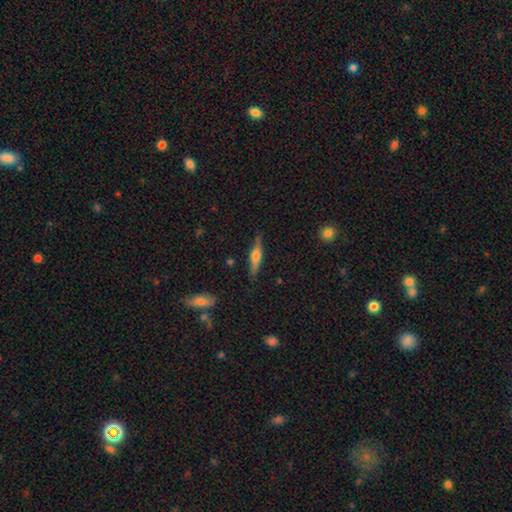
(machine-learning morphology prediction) A featured or disk galaxy (62%) viewed edge-on (97%) with a rounded central bulge (86%).

Vote fractions:
- Smooth or featured? featured or disk: 62% / smooth: 32% / star or artifact: 6%
- Edge-on disk? yes: 97% / no: 3%
- Edge-on bulge? rounded: 86% / boxy: 10% / none: 5%
- Merging? none: 87% / minor disturbance: 10% / major disturbance: 2% / merger: 2%